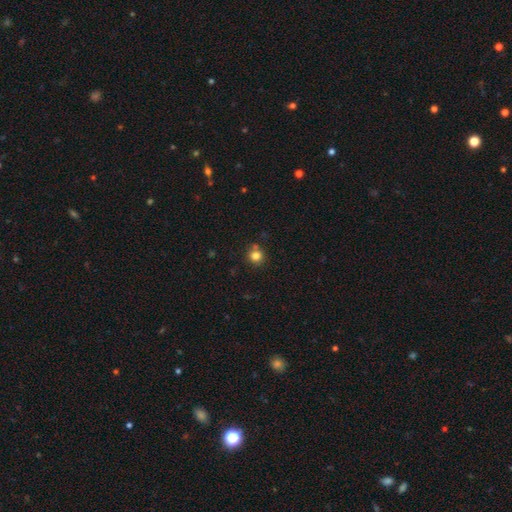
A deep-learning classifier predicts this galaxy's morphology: Smooth or featured: smooth — 81% (star or artifact — 13%)
How rounded: round — 91% (in between — 8%)
Merging: none — 75% (minor disturbance — 11%)